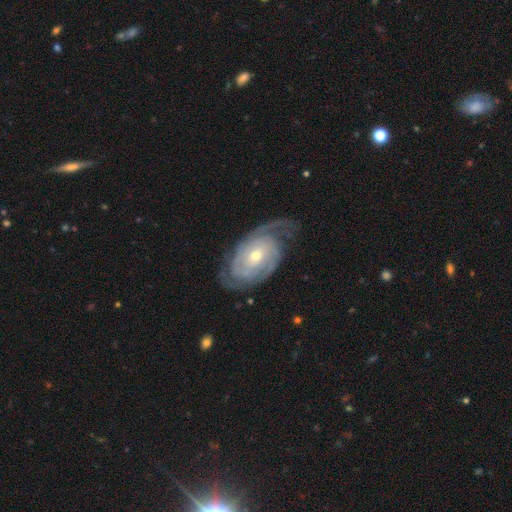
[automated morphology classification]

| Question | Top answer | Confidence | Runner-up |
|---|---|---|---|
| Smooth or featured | featured or disk | 88% | smooth (8%) |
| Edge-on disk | no | 96% | yes (4%) |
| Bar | no | 68% | weak (25%) |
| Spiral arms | yes | 96% | no (4%) |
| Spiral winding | tight | 67% | medium (26%) |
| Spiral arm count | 2 | 52% | can't tell (20%) |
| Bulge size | small | 50% | moderate (46%) |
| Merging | none | 68% | minor disturbance (19%) |